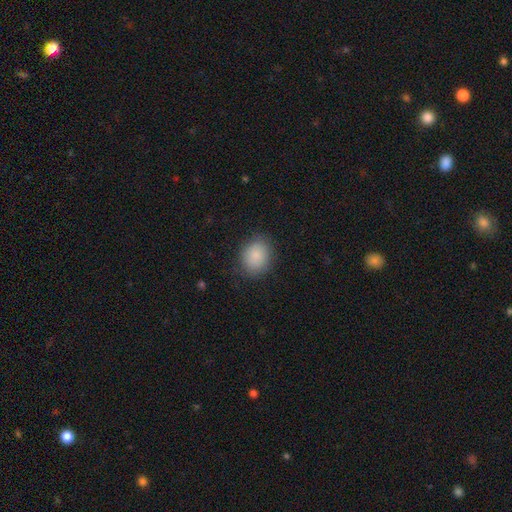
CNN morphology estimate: smooth-or-featured: smooth: 87% | star or artifact: 8% | featured or disk: 5%
  how-rounded: round: 52% | in between: 47% | cigar-shaped: 1%
  merging: none: 83% | minor disturbance: 13% | major disturbance: 4% | merger: 1%